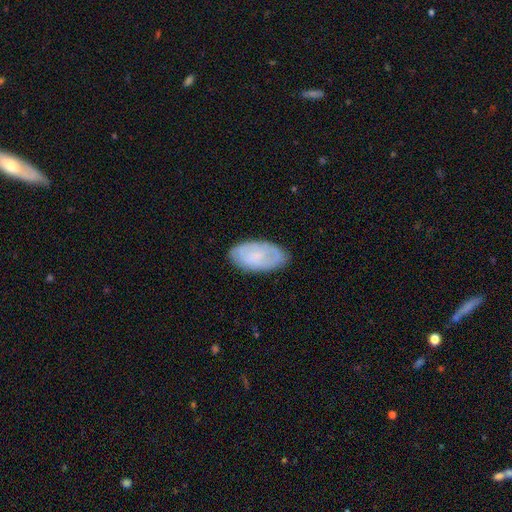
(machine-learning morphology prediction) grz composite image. It shows a smooth galaxy with no disk features (51%) that is in between round and cigar-shaped (94%). Merging: none (80%).